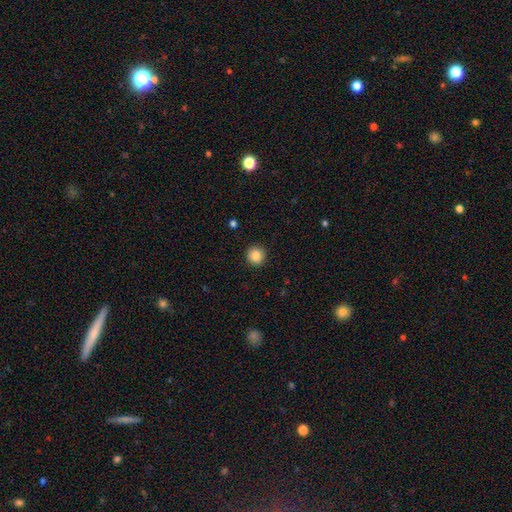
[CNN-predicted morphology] Smooth or featured? smooth (87%)
How rounded? round (93%)
Merging? none (91%)